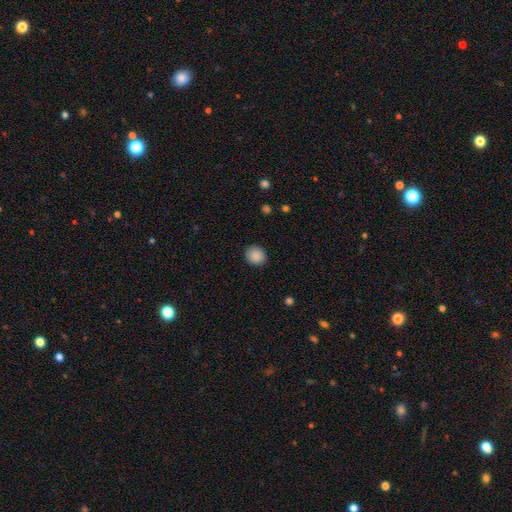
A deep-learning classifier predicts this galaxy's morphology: type=smooth (88%); roundness=round (77%); merging=none (89%).